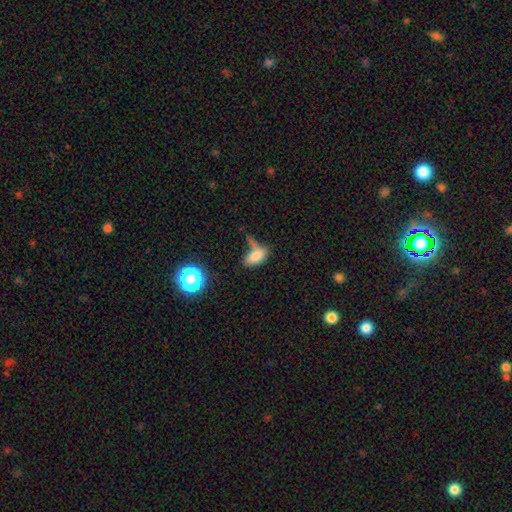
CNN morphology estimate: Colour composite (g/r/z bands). It shows a smooth galaxy with no disk features (74%) that is in between round and cigar-shaped (87%). Merging: none (37%).